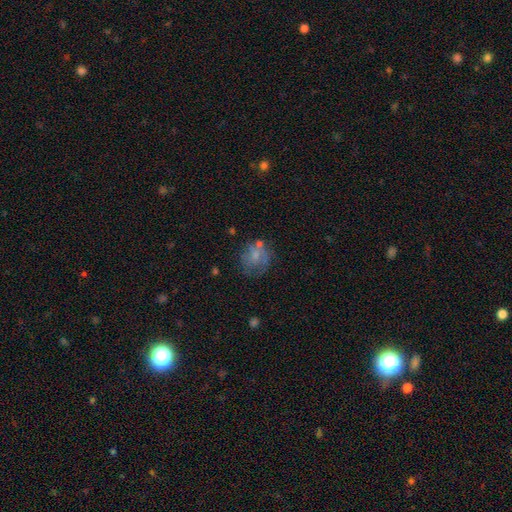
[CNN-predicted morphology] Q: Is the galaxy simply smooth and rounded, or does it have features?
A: smooth — 59%.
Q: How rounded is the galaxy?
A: round — 75%.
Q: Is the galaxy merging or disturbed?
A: none — 51%.